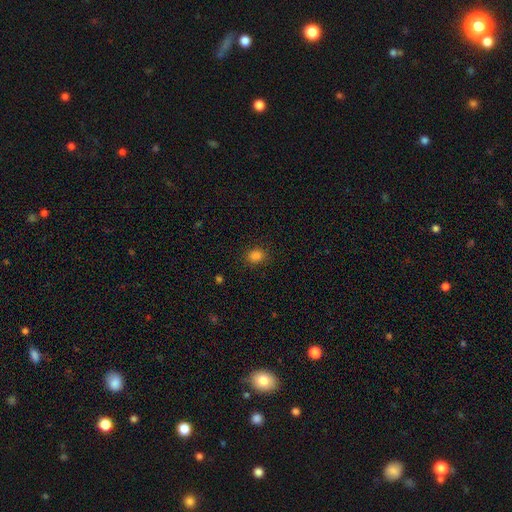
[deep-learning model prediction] Smooth or featured? Predicted: smooth (p=0.83). How rounded? Predicted: round (p=0.55). Merging? Predicted: none (p=0.86).